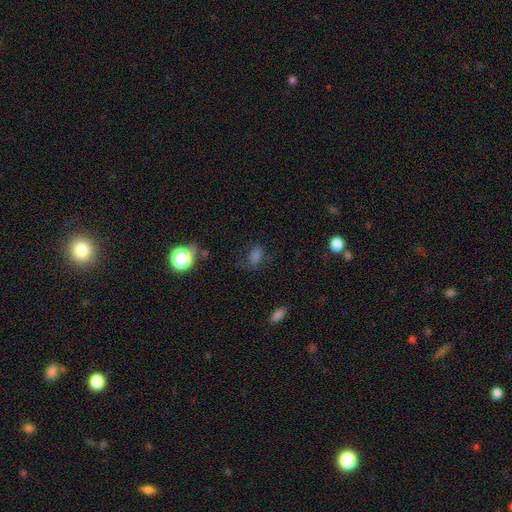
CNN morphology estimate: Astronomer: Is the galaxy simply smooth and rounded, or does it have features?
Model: smooth — 65%.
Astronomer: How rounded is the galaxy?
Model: in between — 73%.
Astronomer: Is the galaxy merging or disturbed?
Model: none — 60%.